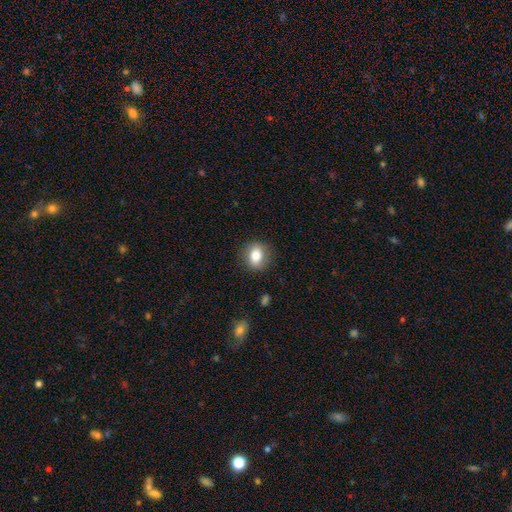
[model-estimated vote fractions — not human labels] Overall: smooth (79%). How rounded: round (57%; in between 42%). Merging: none (86%).